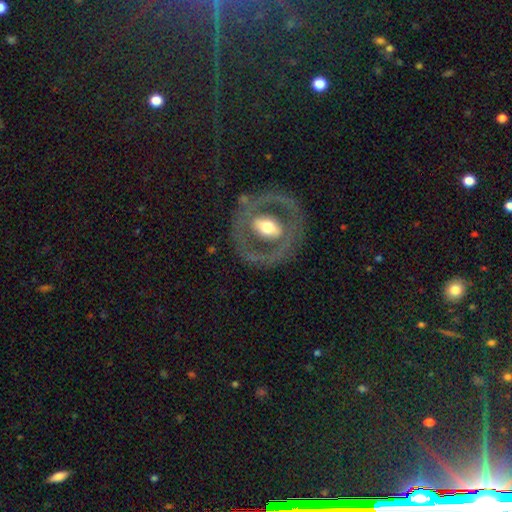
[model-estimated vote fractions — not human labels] A featured or disk galaxy (73%) with no bar (43%), no spiral arms (70%) and a moderate central bulge (69%). Merging: none (79%).